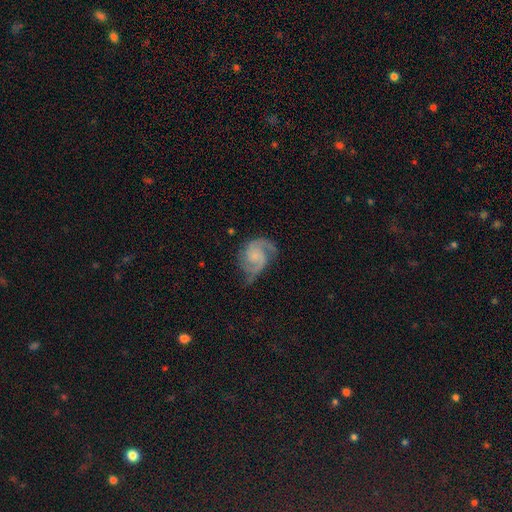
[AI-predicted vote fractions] smooth_or_featured: featured or disk (p=0.87) [alt: smooth p=0.08]
disk_edge_on: no (p=0.98) [alt: yes p=0.02]
bar: no (p=0.65) [alt: weak p=0.30]
has_spiral_arms: yes (p=0.97) [alt: no p=0.03]
spiral_winding: medium (p=0.54) [alt: tight p=0.28]
spiral_arm_count: 2 (p=0.89) [alt: can't tell p=0.03]
bulge_size: small (p=0.43) [alt: none p=0.36]
merging: none (p=0.65) [alt: minor disturbance p=0.22]